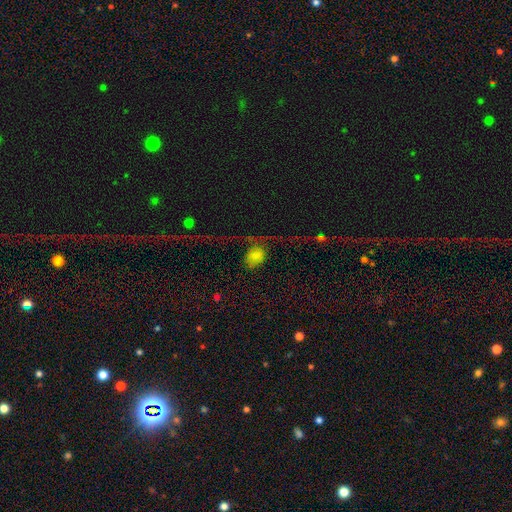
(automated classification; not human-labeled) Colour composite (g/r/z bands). It shows a smooth galaxy with no disk features (54%) that is in between round and cigar-shaped (52%). Merging: major disturbance (40%).